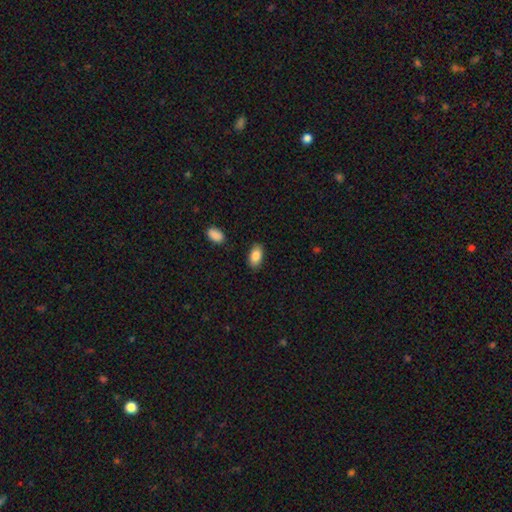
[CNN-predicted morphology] A smooth galaxy with no disk features (87%) that is in between round and cigar-shaped (93%). Merging: none (86%).